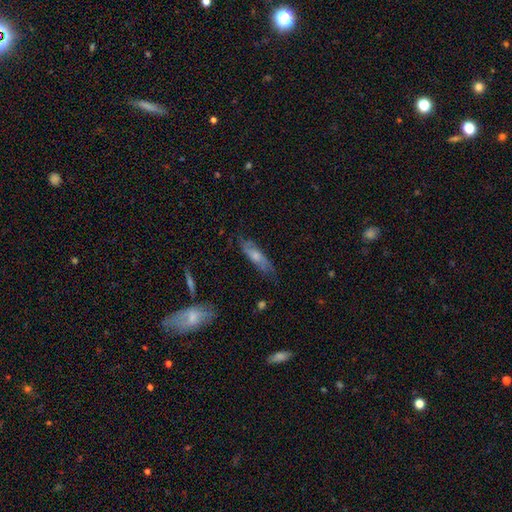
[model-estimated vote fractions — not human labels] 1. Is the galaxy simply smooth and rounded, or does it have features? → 50% smooth, 43% featured or disk, 7% star or artifact.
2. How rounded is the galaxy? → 62% cigar-shaped, 36% in between, 2% round.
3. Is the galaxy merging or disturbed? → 68% none, 23% minor disturbance, 7% major disturbance, 2% merger.